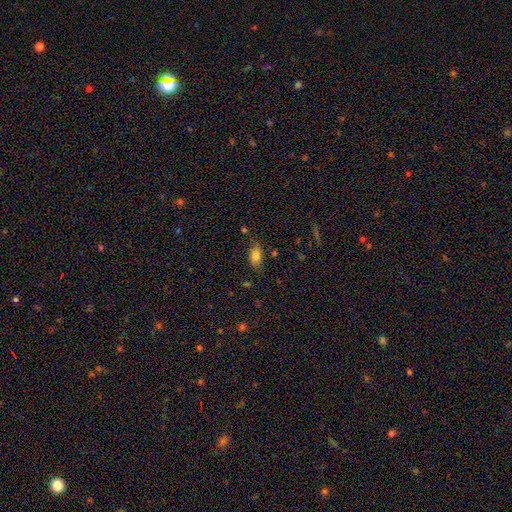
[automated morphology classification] Smooth or featured? smooth (81%)
How rounded? in between (86%)
Merging? none (77%)